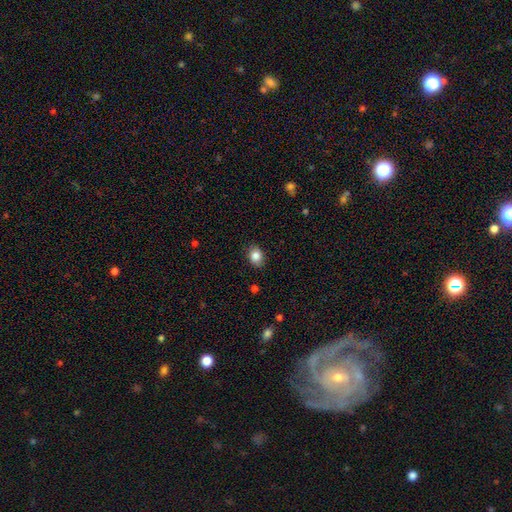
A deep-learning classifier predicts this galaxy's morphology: smooth 85%, star or artifact 9%, featured or disk 6%. Down the decision tree: how rounded — in between (60%); merging — none (85%).